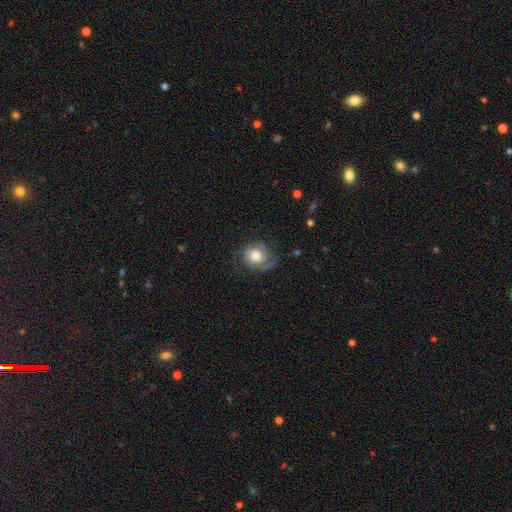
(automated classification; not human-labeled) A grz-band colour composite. It shows a featured or disk galaxy (58%) with no bar (77%), spiral arms (88%) and a moderate central bulge (53%). Merging: none (62%).